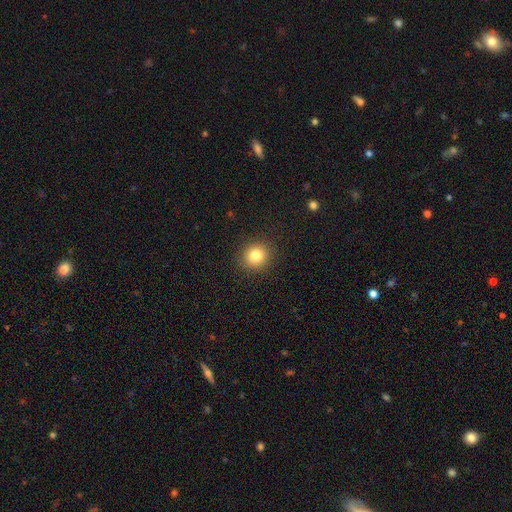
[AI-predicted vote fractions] smooth_or_featured: smooth (p=0.83) [alt: star or artifact p=0.11]
how_rounded: round (p=0.86) [alt: in between p=0.13]
merging: none (p=0.90) [alt: minor disturbance p=0.07]